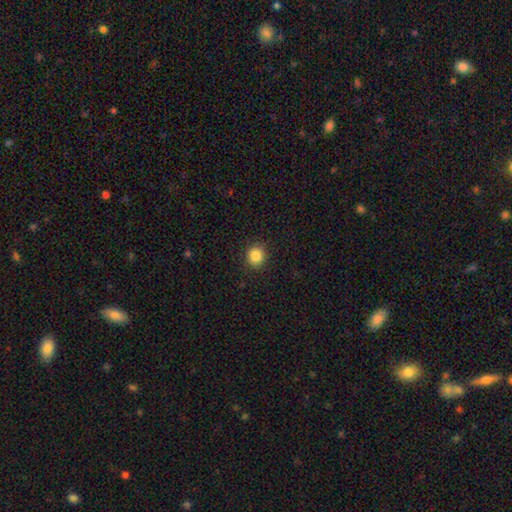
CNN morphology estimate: Q: Smooth or featured?
A: smooth (87%); runner-up: star or artifact (10%)
Q: How rounded?
A: round (85%); runner-up: in between (14%)
Q: Merging?
A: none (90%); runner-up: minor disturbance (7%)